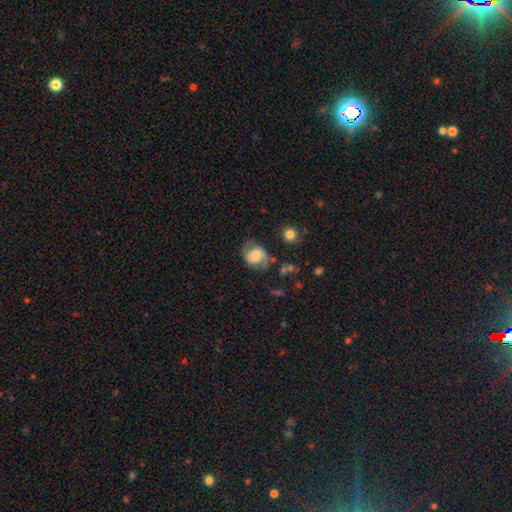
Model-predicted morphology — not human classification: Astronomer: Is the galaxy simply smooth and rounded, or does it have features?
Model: featured or disk — 60%.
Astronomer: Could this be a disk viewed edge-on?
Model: no — 97%.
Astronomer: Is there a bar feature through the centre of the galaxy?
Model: no — 43% (runner-up: weak, 42%).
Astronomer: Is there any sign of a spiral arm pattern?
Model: yes — 88%.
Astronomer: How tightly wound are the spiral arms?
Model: medium — 47% (runner-up: loose, 34%).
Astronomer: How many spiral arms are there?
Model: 2 — 87%.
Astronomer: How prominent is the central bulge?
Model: moderate — 42% (runner-up: large, 27%).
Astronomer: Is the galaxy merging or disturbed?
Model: none — 69%.